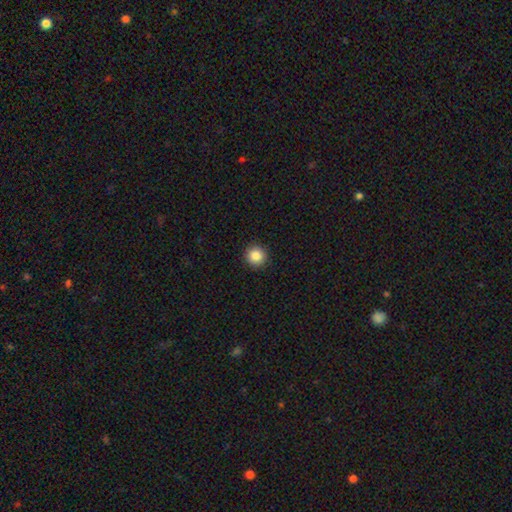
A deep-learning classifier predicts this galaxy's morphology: Overall: smooth (86%). How rounded: round (95%). Merging: none (93%).